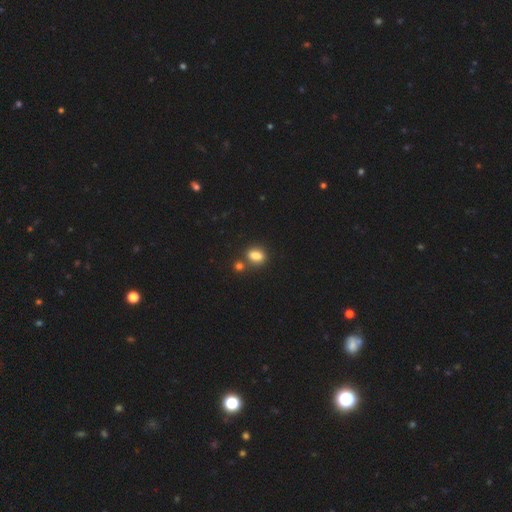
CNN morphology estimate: Smooth or featured? smooth (83%)
How rounded? in between (75%)
Merging? none (61%)